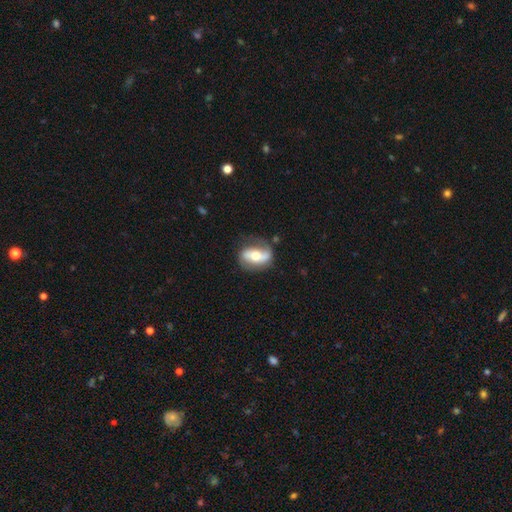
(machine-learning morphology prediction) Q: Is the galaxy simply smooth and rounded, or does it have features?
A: featured or disk — 65%.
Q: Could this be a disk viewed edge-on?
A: no — 91%.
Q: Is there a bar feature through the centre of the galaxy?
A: strong — 41%.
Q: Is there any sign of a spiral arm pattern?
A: yes — 76%.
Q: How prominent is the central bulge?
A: moderate — 67%.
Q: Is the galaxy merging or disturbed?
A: none — 70%.